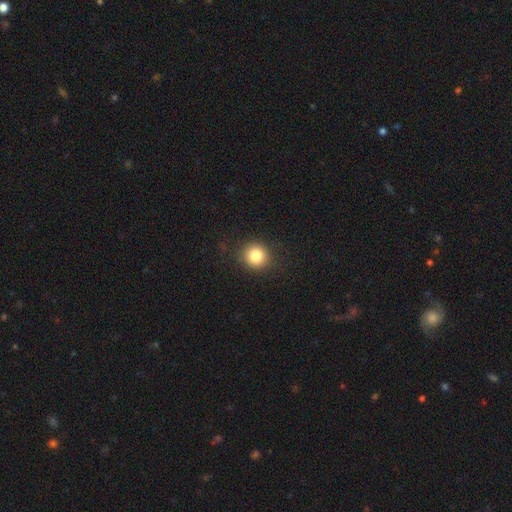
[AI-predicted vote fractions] Overall: smooth (83%). How rounded: round (88%). Merging: none (89%).